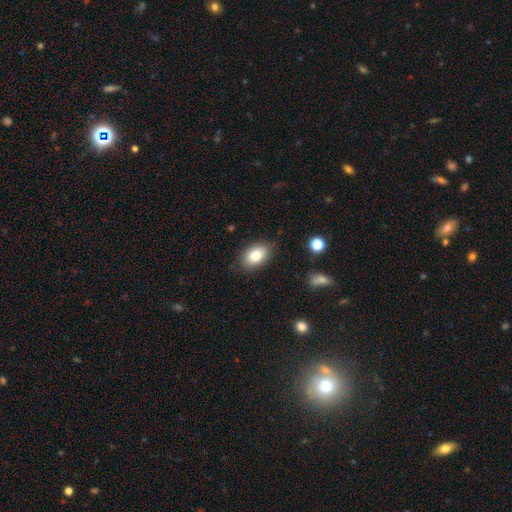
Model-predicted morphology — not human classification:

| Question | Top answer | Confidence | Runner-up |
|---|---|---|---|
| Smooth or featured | smooth | 82% | featured or disk (10%) |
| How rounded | in between | 87% | round (12%) |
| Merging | none | 83% | minor disturbance (13%) |